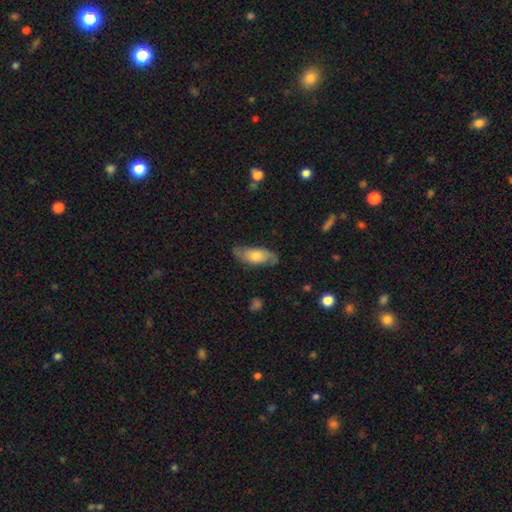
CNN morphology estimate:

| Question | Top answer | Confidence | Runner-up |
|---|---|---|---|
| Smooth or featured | smooth | 48% | featured or disk (46%) |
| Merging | none | 75% | minor disturbance (19%) |